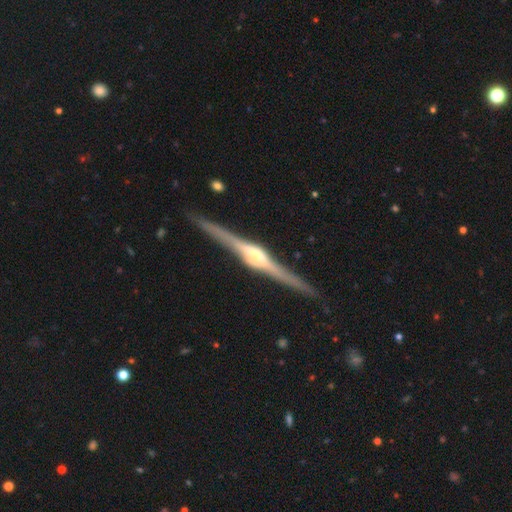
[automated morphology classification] Smooth or featured? featured or disk (87%)
Edge-on disk? yes (98%)
Edge-on bulge? rounded (81%)
Merging? none (88%)